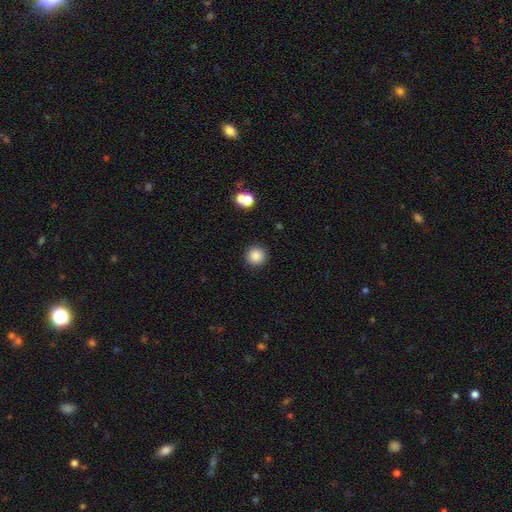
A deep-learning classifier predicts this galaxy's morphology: smooth-or-featured: smooth: 86% | star or artifact: 10% | featured or disk: 4%
  how-rounded: round: 95% | in between: 4% | cigar-shaped: 1%
  merging: none: 91% | minor disturbance: 5% | major disturbance: 2% | merger: 2%